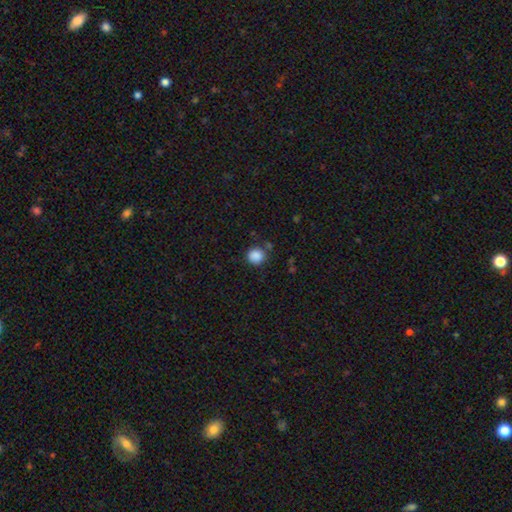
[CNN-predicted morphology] This is clearly a smooth galaxy (87%). How rounded: clearly round (87%). Merging: clearly none (81%).